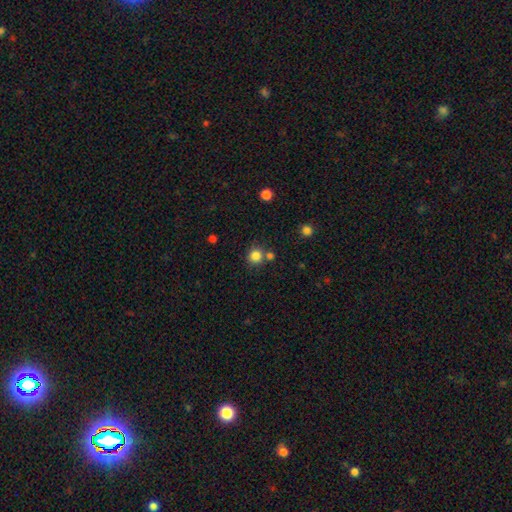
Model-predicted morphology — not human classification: Smooth or featured? smooth (83%)
How rounded? round (92%)
Merging? none (71%)